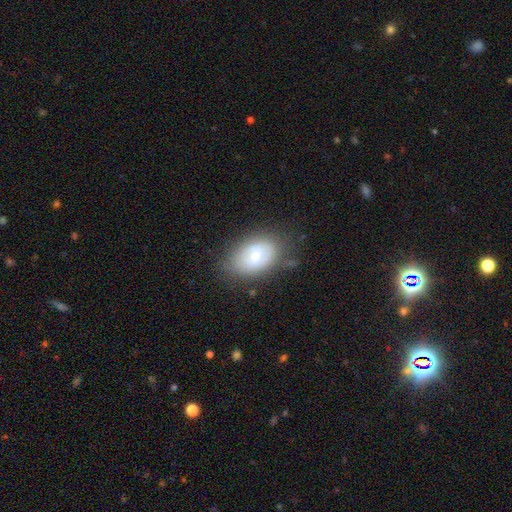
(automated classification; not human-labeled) smooth-or-featured: smooth: 61% | featured or disk: 30% | star or artifact: 8%
  how-rounded: in between: 87% | round: 12% | cigar-shaped: 1%
  merging: none: 67% | minor disturbance: 23% | major disturbance: 7% | merger: 3%